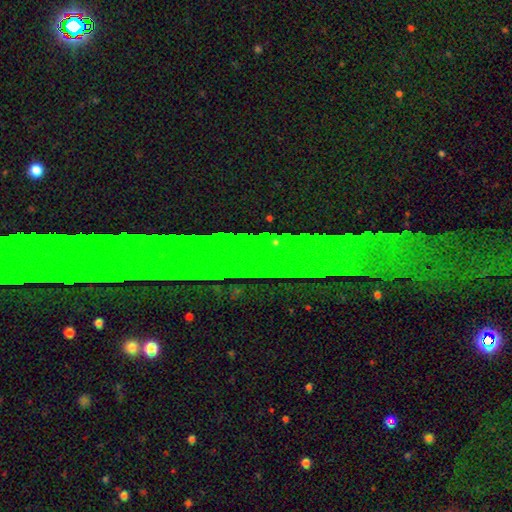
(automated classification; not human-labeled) The model was most divided on "smooth or featured": star or artifact: 73%, featured or disk: 16%, smooth: 11%.